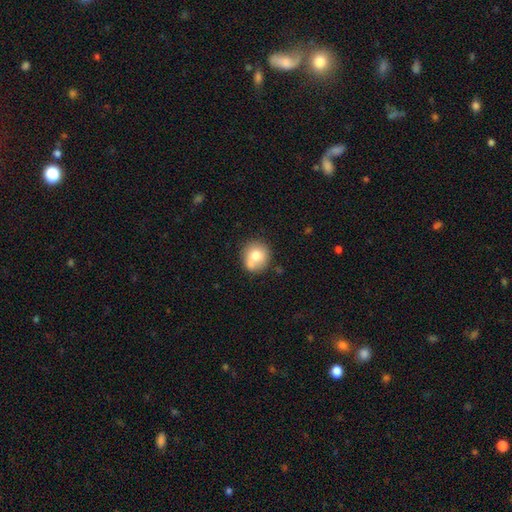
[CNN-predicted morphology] Smooth or featured: smooth — 72% (featured or disk — 19%)
How rounded: round — 86% (in between — 13%)
Merging: none — 62% (merger — 18%)